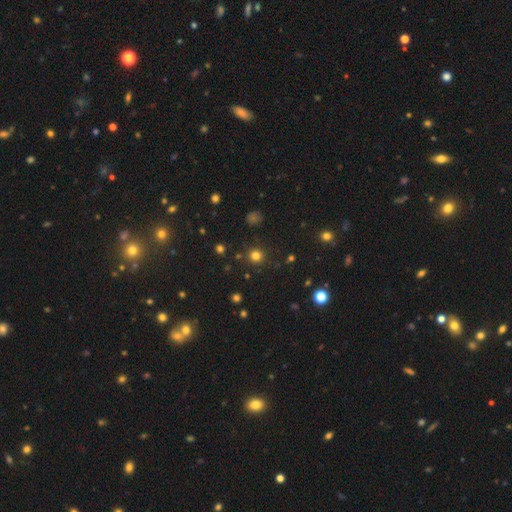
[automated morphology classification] This appears to be a smooth galaxy with no disk features (77%) that is round (94%). Merging: none (89%).